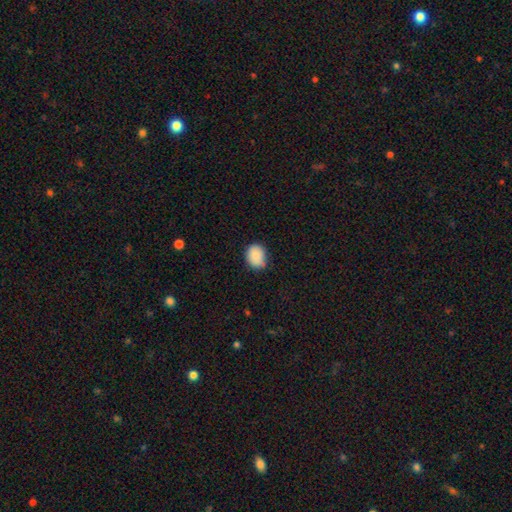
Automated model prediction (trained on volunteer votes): Q: Smooth or featured?
A: smooth (85%); runner-up: star or artifact (8%)
Q: How rounded?
A: round (56%); runner-up: in between (43%)
Q: Merging?
A: none (69%); runner-up: minor disturbance (25%)